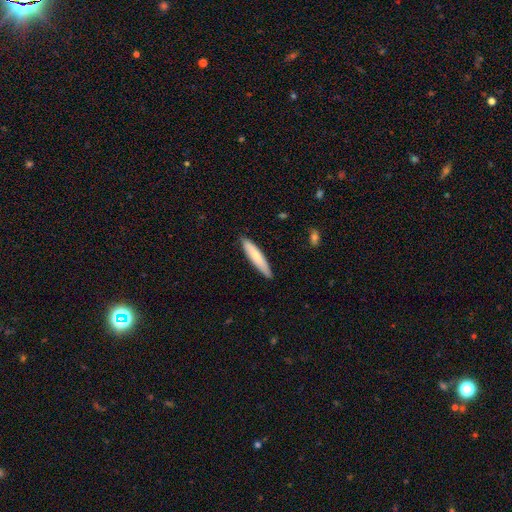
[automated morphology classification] smooth-or-featured: smooth: 74% | featured or disk: 21% | star or artifact: 5%
  how-rounded: cigar-shaped: 84% | in between: 14% | round: 1%
  merging: none: 86% | minor disturbance: 11% | major disturbance: 2% | merger: 1%